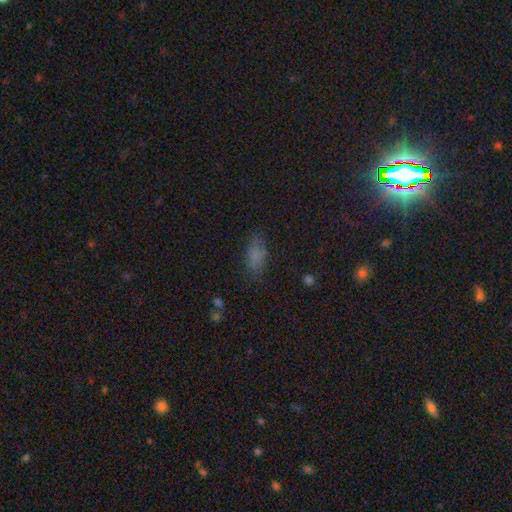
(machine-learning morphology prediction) This appears to be a smooth galaxy with no disk features (73%) that is in between round and cigar-shaped (86%). Merging: none (72%).